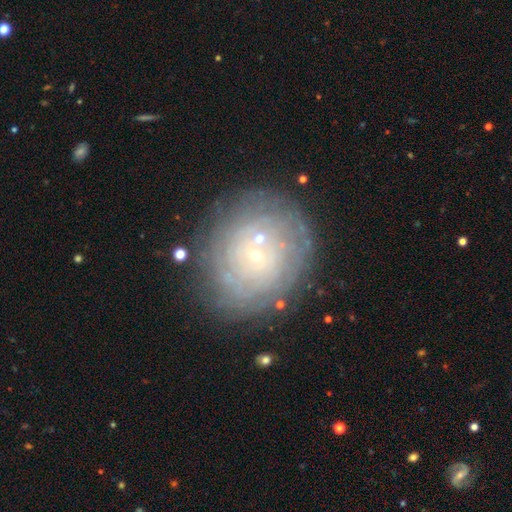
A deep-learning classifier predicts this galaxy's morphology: This is likely a featured or disk galaxy (64%). It is clearly not viewed edge-on (97%). Bar: clearly no (86%). Spiral arm pattern: likely yes (73%). Central bulge: clearly small (88%). Merging: likely none (77%).